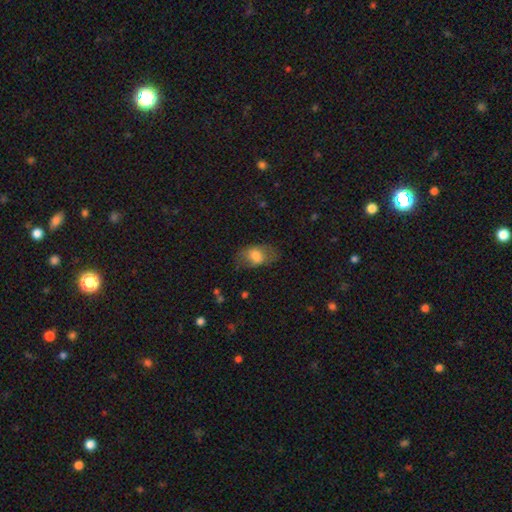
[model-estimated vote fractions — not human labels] Morphology: type=smooth (71%); roundness=in between (87%); merging=none (63%).